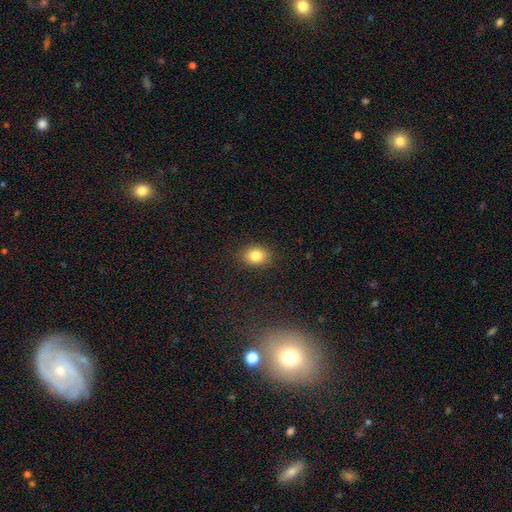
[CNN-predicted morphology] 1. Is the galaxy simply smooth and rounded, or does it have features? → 81% smooth, 11% star or artifact, 8% featured or disk.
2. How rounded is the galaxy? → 55% in between, 44% round, 1% cigar-shaped.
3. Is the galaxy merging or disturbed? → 88% none, 9% minor disturbance, 2% major disturbance, 1% merger.